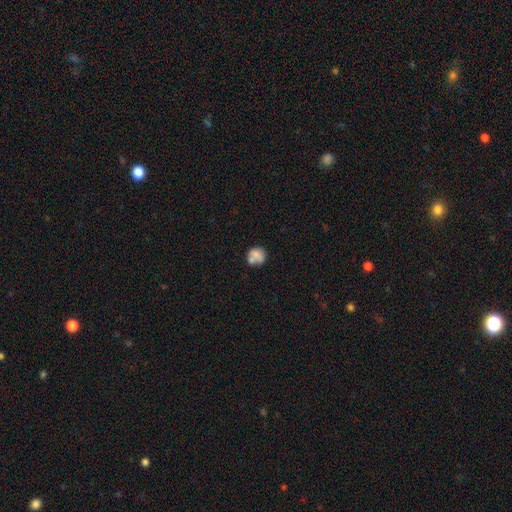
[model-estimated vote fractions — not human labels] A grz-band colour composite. It shows a smooth galaxy with no disk features (68%) that is round (75%). Merging: none (42%).